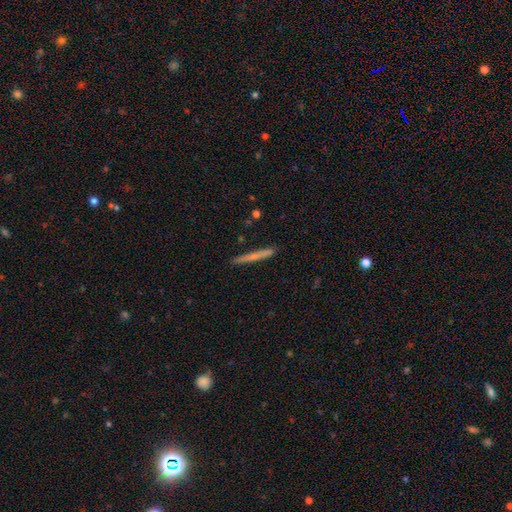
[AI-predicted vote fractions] Morphology: type=smooth (60%); roundness=cigar-shaped (97%); merging=none (89%).